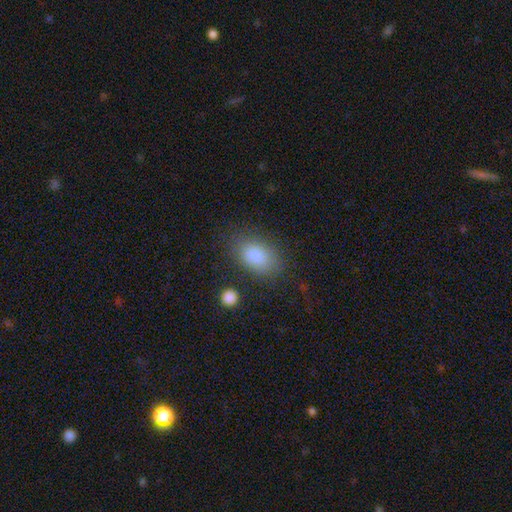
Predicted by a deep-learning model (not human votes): Smooth or featured? Predicted: smooth (p=0.86). How rounded? Predicted: in between (p=0.86). Merging? Predicted: none (p=0.77).